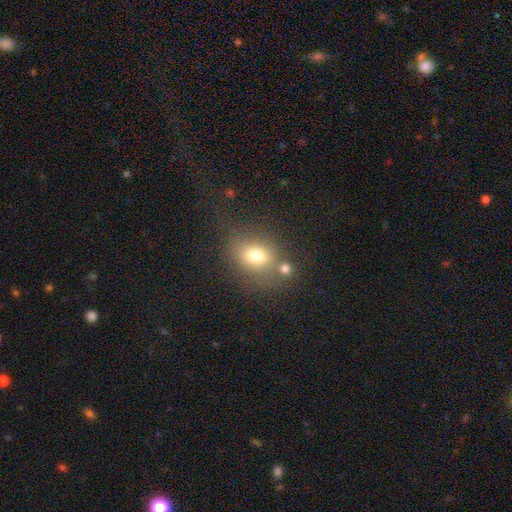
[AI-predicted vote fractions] smooth-or-featured: smooth: 72% | star or artifact: 14% | featured or disk: 14%
  how-rounded: in between: 53% | round: 46% | cigar-shaped: 2%
  merging: none: 60% | merger: 18% | minor disturbance: 15% | major disturbance: 8%